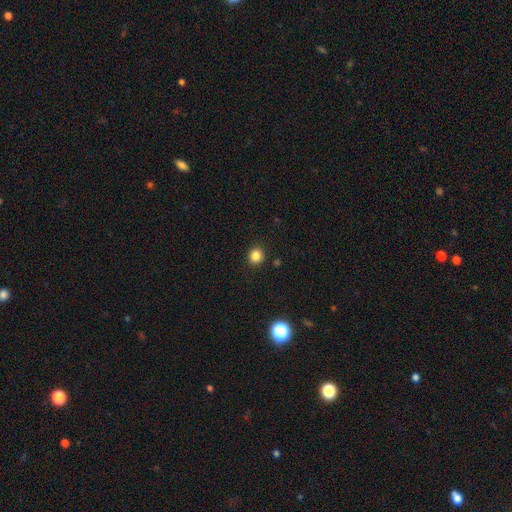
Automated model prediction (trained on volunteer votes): Morphology: type=smooth (84%); roundness=round (88%); merging=none (91%).